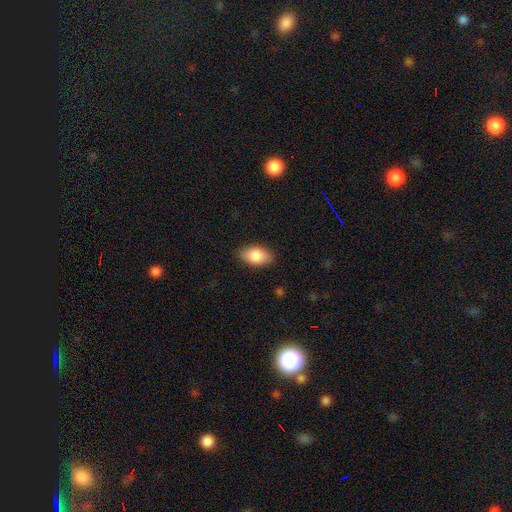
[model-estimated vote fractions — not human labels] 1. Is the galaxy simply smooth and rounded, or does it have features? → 86% smooth, 7% featured or disk, 7% star or artifact.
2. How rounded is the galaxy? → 92% in between, 6% round, 2% cigar-shaped.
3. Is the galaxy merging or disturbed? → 85% none, 11% minor disturbance, 3% major disturbance, 1% merger.